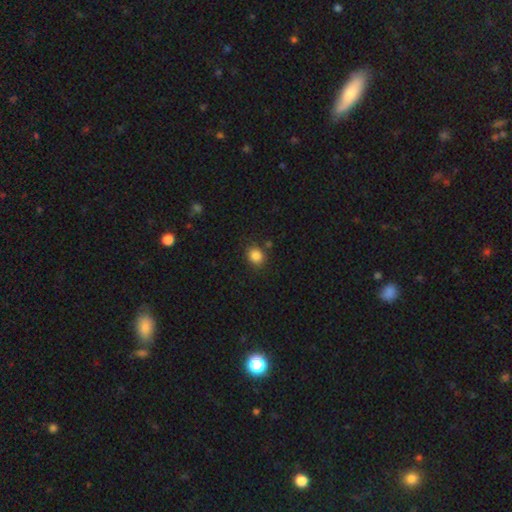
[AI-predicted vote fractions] A smooth galaxy with no disk features (85%) that is round (73%).

Vote fractions:
- Smooth or featured? smooth: 85% / star or artifact: 10% / featured or disk: 4%
- How rounded? round: 73% / in between: 26% / cigar-shaped: 1%
- Merging? none: 82% / minor disturbance: 11% / merger: 4% / major disturbance: 3%